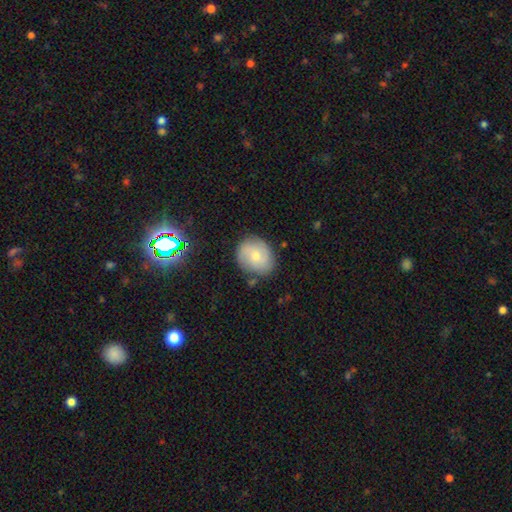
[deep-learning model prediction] smooth_or_featured: smooth (p=0.56) [alt: featured or disk p=0.36]
how_rounded: round (p=0.64) [alt: in between p=0.35]
merging: none (p=0.78) [alt: minor disturbance p=0.16]